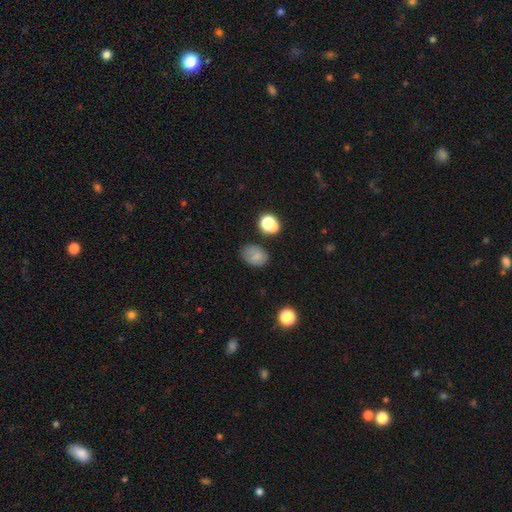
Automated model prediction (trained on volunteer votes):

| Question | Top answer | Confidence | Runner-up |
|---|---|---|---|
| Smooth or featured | smooth | 77% | star or artifact (12%) |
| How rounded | in between | 76% | round (23%) |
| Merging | none | 70% | minor disturbance (20%) |